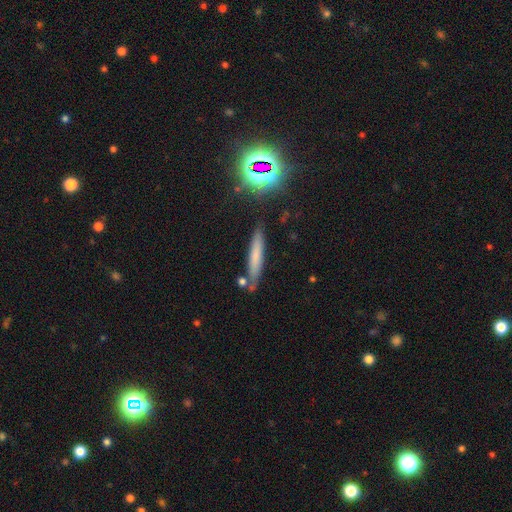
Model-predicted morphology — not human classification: Q: Smooth or featured?
A: smooth (62%); runner-up: featured or disk (23%)
Q: How rounded?
A: cigar-shaped (90%); runner-up: in between (8%)
Q: Merging?
A: none (78%); runner-up: minor disturbance (13%)